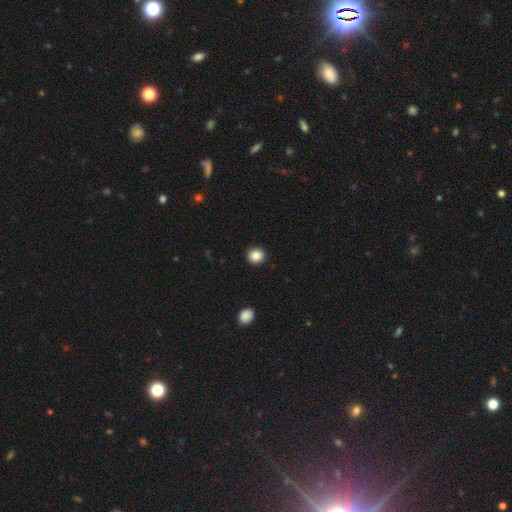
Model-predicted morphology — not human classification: Q: Smooth or featured?
A: smooth (87%); runner-up: star or artifact (10%)
Q: How rounded?
A: round (87%); runner-up: in between (12%)
Q: Merging?
A: none (92%); runner-up: minor disturbance (5%)